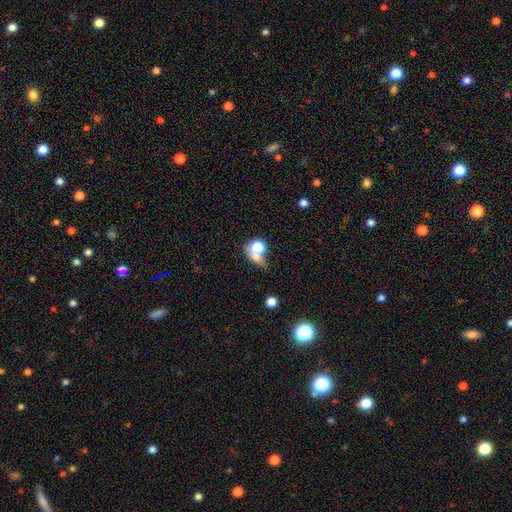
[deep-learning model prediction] Q: Smooth or featured?
A: smooth (65%); runner-up: star or artifact (18%)
Q: How rounded?
A: round (57%); runner-up: in between (39%)
Q: Merging?
A: merger (38%); runner-up: none (33%)